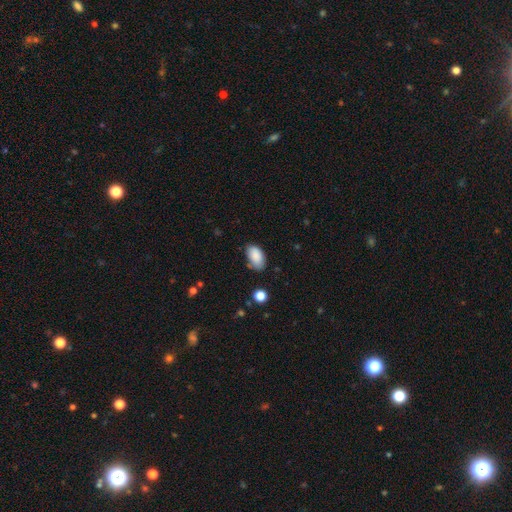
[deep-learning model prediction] The model was most divided on "merging": none: 70%, minor disturbance: 22%, major disturbance: 4%, merger: 4%. More confident: how rounded — in between (94%); smooth or featured — smooth (88%).